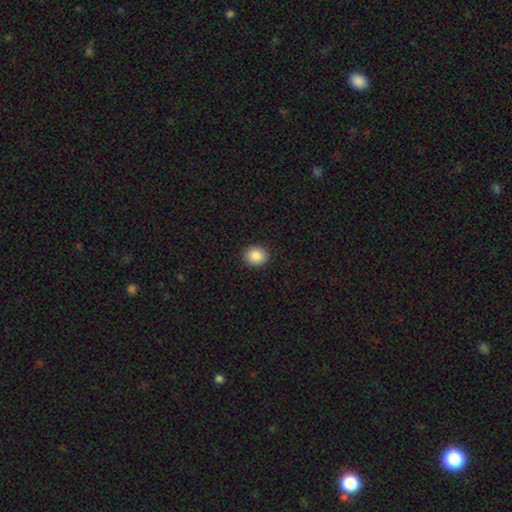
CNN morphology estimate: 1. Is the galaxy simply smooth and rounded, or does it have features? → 87% smooth, 8% star or artifact, 4% featured or disk.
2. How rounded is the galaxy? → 69% round, 30% in between, 1% cigar-shaped.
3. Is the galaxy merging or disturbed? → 91% none, 6% minor disturbance, 2% major disturbance, 1% merger.